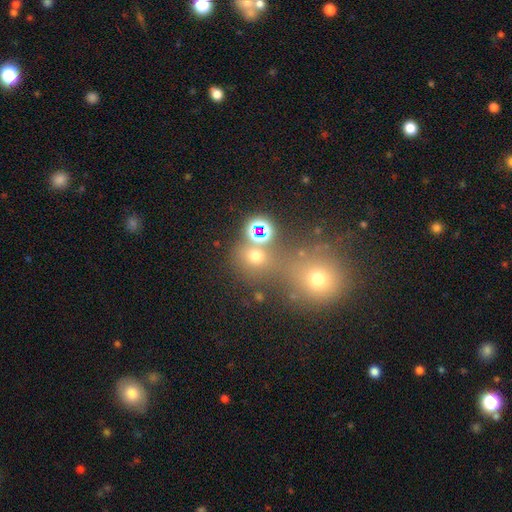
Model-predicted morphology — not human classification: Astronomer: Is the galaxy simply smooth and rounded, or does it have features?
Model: smooth — 61%.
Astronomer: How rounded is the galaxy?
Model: round — 80%.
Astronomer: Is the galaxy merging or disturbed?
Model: none — 58%.